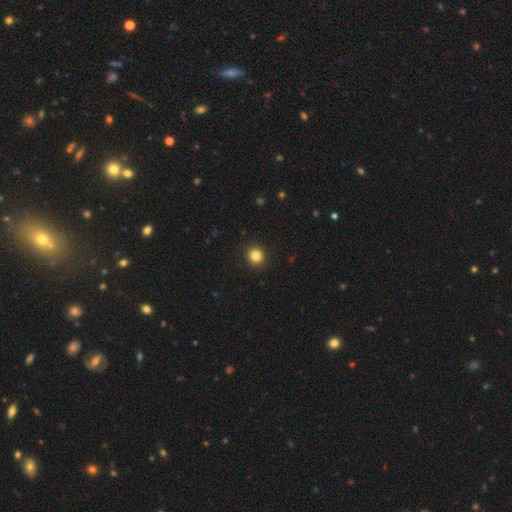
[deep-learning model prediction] The model was most divided on "smooth or featured": smooth: 84%, star or artifact: 11%, featured or disk: 5%. More confident: merging — none (93%); how rounded — round (91%).